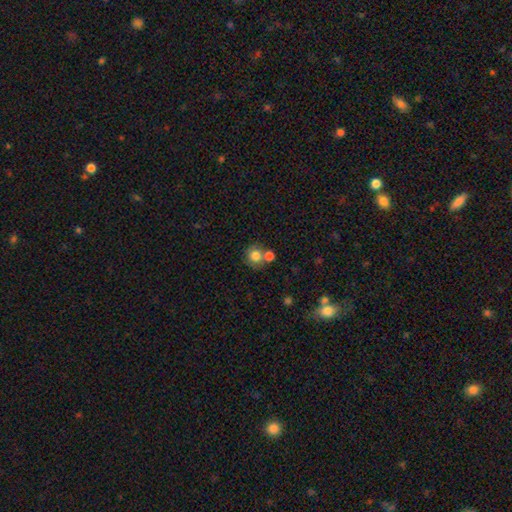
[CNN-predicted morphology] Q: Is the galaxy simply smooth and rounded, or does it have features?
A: smooth — 80%.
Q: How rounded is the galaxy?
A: round — 86%.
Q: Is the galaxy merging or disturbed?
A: none — 52%.